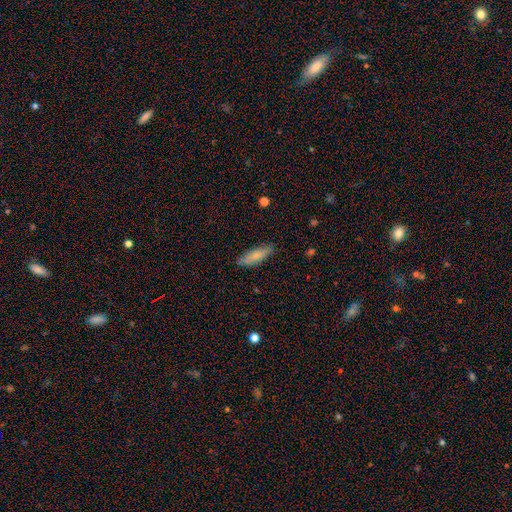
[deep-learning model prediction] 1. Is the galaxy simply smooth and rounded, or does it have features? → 77% smooth, 17% featured or disk, 6% star or artifact.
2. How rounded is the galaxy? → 50% in between, 48% cigar-shaped, 2% round.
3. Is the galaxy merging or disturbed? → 83% none, 13% minor disturbance, 2% major disturbance, 1% merger.